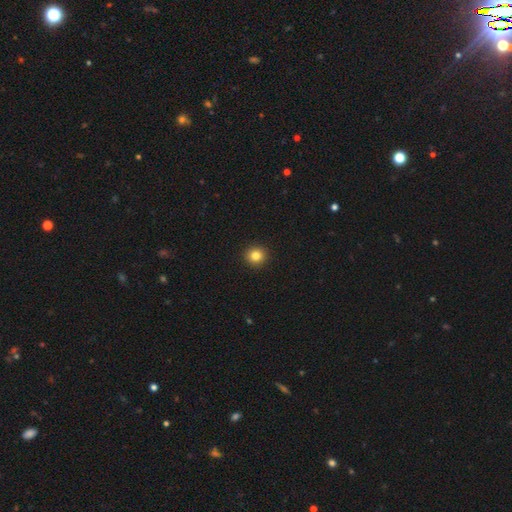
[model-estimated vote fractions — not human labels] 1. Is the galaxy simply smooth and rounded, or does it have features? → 82% smooth, 12% star or artifact, 6% featured or disk.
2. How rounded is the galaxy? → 94% round, 5% in between, 1% cigar-shaped.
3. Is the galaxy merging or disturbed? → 94% none, 4% minor disturbance, 1% major disturbance, 1% merger.